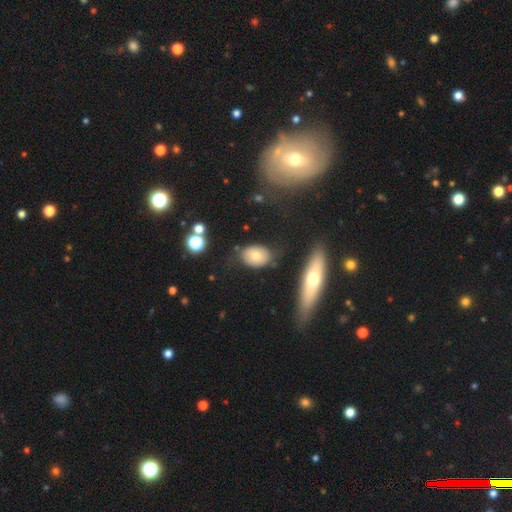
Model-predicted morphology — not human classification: This is likely a smooth galaxy (69%). How rounded: likely in between (72%). Merging: likely none (75%).